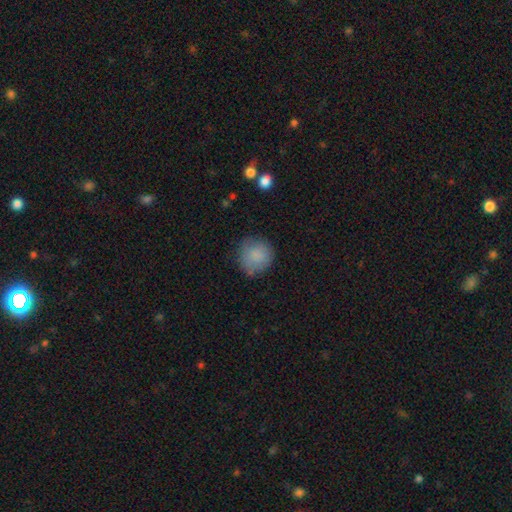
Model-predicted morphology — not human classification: Smooth or featured?
  - smooth: 84% *
  - featured or disk: 8%
  - star or artifact: 8%
How rounded?
  - round: 91% *
  - in between: 8%
  - cigar-shaped: 1%
Merging?
  - none: 74% *
  - minor disturbance: 19%
  - major disturbance: 5%
  - merger: 2%